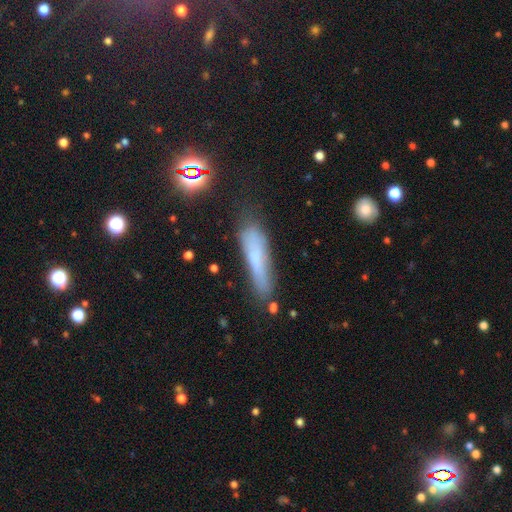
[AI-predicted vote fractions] Overall: smooth (66%). How rounded: cigar-shaped (83%). Merging: none (62%; minor disturbance 25%).